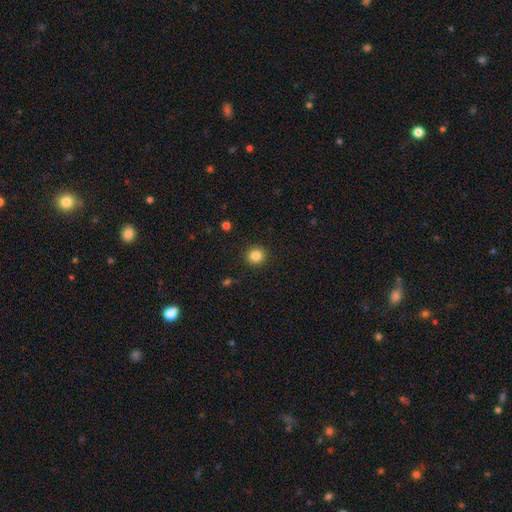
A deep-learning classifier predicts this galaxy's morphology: smooth-or-featured: smooth: 84% | star or artifact: 11% | featured or disk: 5%
  how-rounded: round: 92% | in between: 7% | cigar-shaped: 1%
  merging: none: 92% | minor disturbance: 5% | major disturbance: 2% | merger: 1%